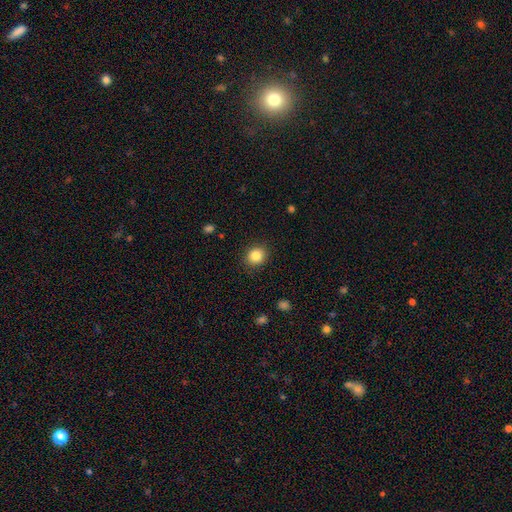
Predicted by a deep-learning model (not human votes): Smooth or featured? Predicted: smooth (p=0.85). How rounded? Predicted: round (p=0.76). Merging? Predicted: none (p=0.89).